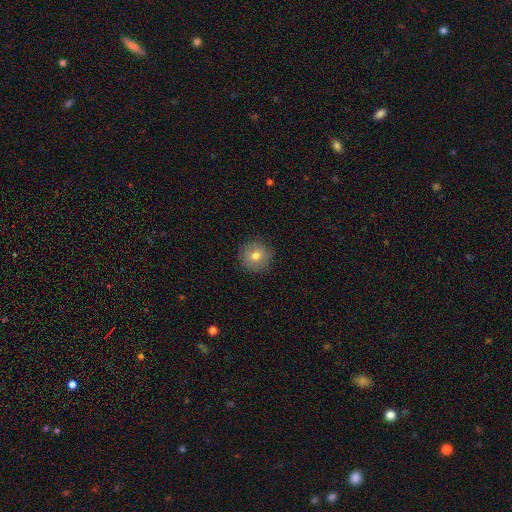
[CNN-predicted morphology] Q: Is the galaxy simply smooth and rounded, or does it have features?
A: smooth — 76%.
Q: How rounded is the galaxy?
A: round — 95%.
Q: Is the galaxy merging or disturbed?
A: none — 89%.